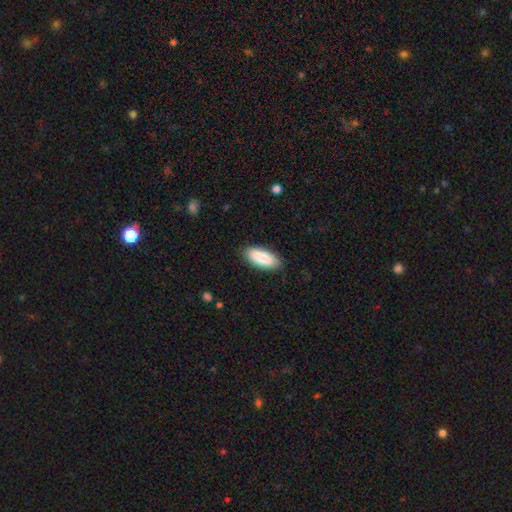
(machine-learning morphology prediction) Smooth or featured? Predicted: smooth (p=0.86). How rounded? Predicted: in between (p=0.85). Merging? Predicted: none (p=0.86).